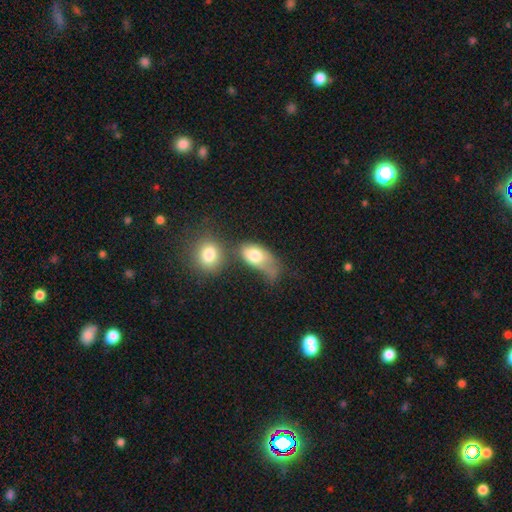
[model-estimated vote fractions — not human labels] smooth-or-featured: smooth: 73% | featured or disk: 19% | star or artifact: 9%
  how-rounded: in between: 79% | round: 17% | cigar-shaped: 4%
  merging: merger: 31% | major disturbance: 26% | none: 22% | minor disturbance: 21%